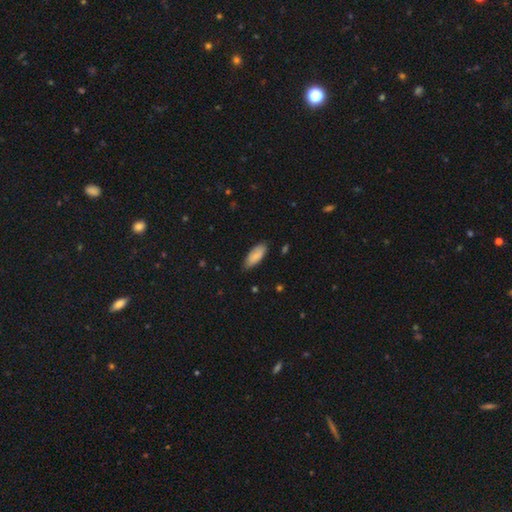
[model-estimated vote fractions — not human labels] Q: Smooth or featured?
A: smooth (85%); runner-up: featured or disk (9%)
Q: How rounded?
A: in between (80%); runner-up: cigar-shaped (18%)
Q: Merging?
A: none (78%); runner-up: minor disturbance (18%)